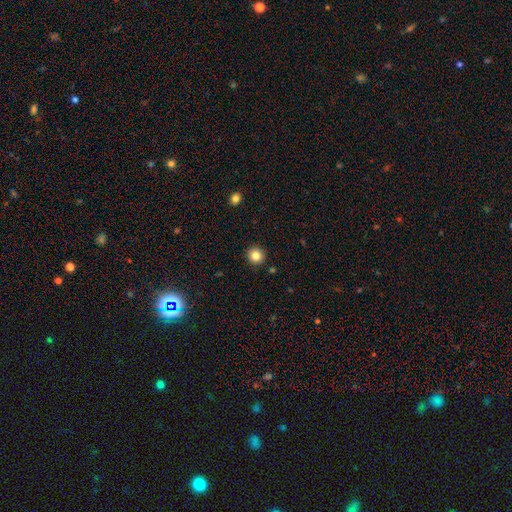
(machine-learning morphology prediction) This is clearly a smooth galaxy (83%). How rounded: clearly round (93%). Merging: clearly none (92%).